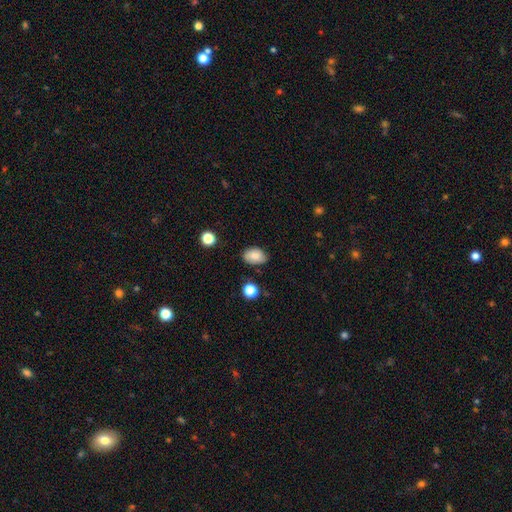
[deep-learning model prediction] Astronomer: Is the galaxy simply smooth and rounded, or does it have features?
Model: smooth — 80%.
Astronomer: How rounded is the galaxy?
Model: in between — 80%.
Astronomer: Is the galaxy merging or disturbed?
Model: none — 73%.